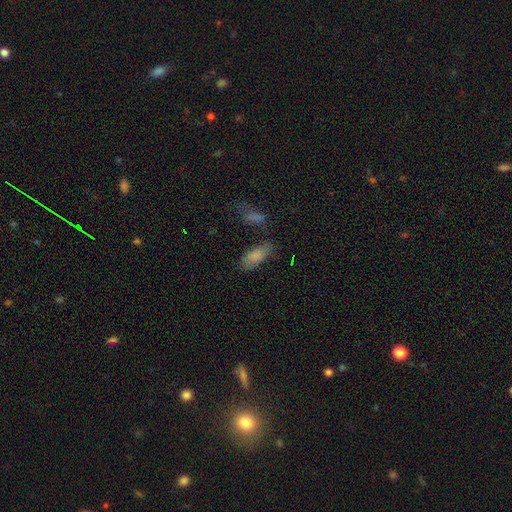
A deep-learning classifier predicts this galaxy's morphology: smooth_or_featured: smooth (p=0.81) [alt: featured or disk p=0.10]
how_rounded: in between (p=0.83) [alt: cigar-shaped p=0.14]
merging: none (p=0.62) [alt: minor disturbance p=0.21]